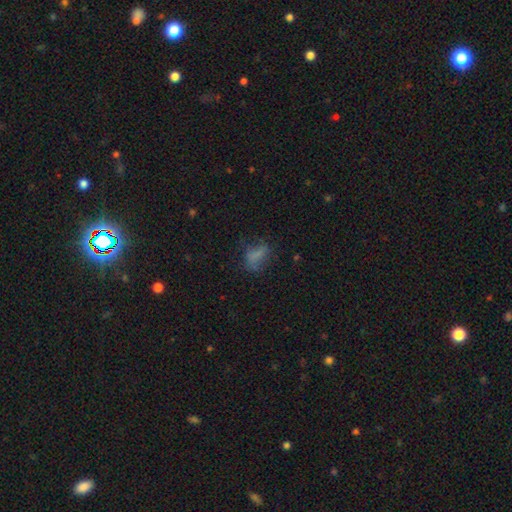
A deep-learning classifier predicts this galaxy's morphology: Smooth or featured?
  - smooth: 63% *
  - featured or disk: 21%
  - star or artifact: 17%
How rounded?
  - in between: 72% *
  - cigar-shaped: 15%
  - round: 13%
Merging?
  - none: 51% *
  - minor disturbance: 25%
  - major disturbance: 21%
  - merger: 4%